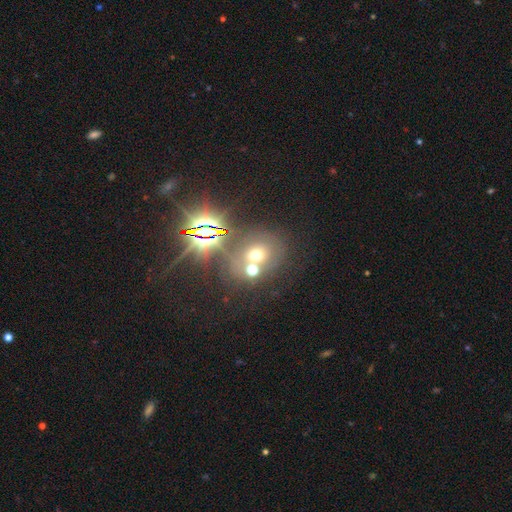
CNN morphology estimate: Smooth or featured? Predicted: smooth (p=0.49). Merging? Predicted: none (p=0.53).